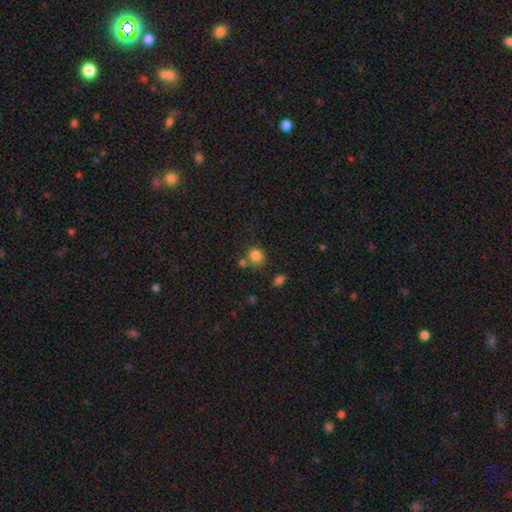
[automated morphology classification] Smooth or featured? smooth (83%)
How rounded? round (72%)
Merging? none (61%)